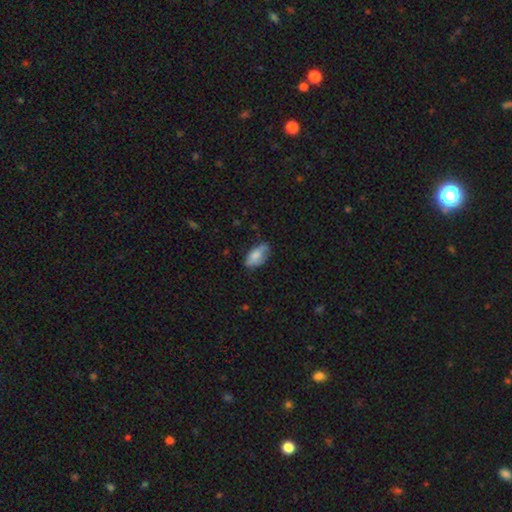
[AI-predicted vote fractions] This appears to be a smooth galaxy with no disk features (73%) that is in between round and cigar-shaped (92%). Merging: none (57%).